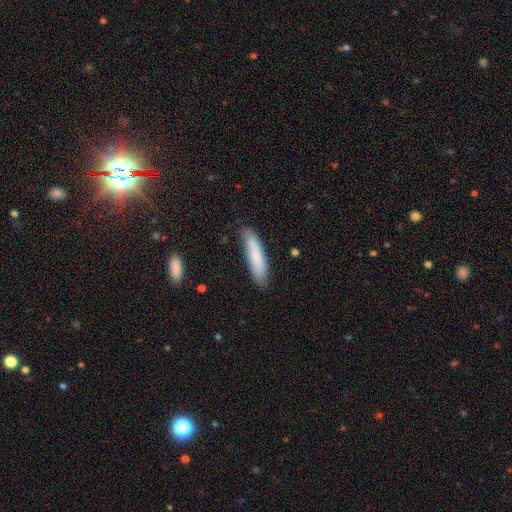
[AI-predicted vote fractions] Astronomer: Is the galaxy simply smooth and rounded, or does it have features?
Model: smooth — 78%.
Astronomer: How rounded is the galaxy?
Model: cigar-shaped — 82%.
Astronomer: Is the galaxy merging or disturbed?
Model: none — 78%.